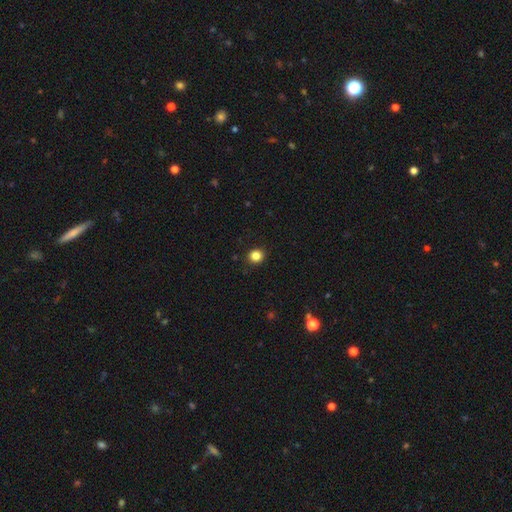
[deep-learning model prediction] Morphology: type=smooth (84%); roundness=round (87%); merging=none (91%).